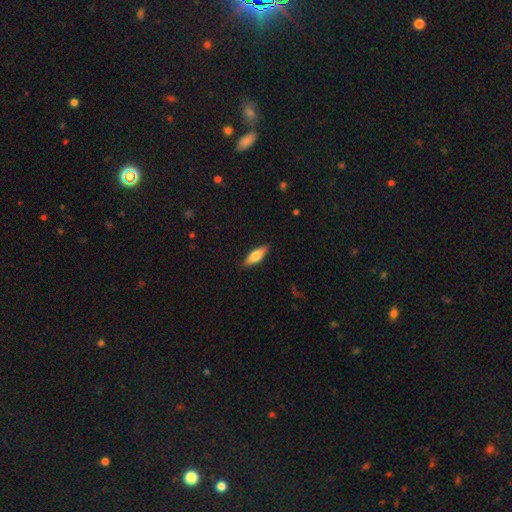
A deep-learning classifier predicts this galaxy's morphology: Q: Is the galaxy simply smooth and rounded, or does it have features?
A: smooth — 67%.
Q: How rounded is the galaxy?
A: in between — 57%.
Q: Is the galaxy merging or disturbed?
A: none — 89%.